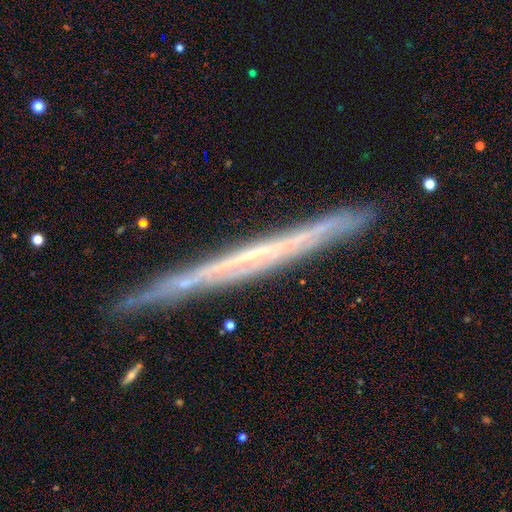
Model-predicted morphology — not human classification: This is likely a featured or disk galaxy (73%). It is clearly viewed edge-on (96%). Edge-on bulge: clearly none (85%). Merging: clearly none (87%).